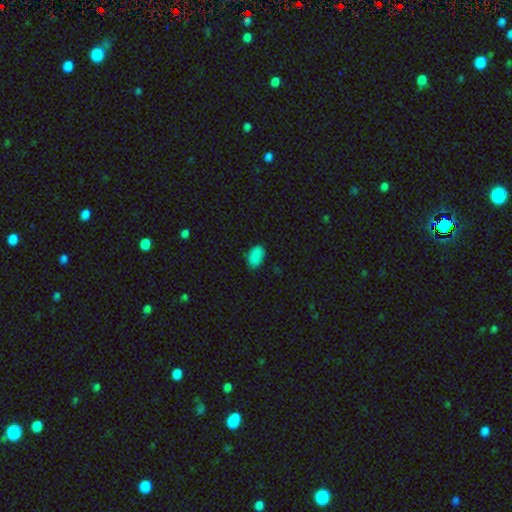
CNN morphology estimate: Overall: smooth (87%). How rounded: in between (93%). Merging: none (82%).